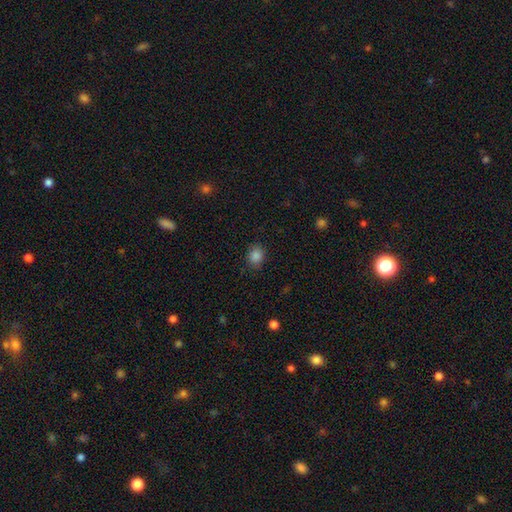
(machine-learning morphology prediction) Smooth or featured: smooth — 85% (star or artifact — 11%)
How rounded: round — 63% (in between — 36%)
Merging: none — 83% (minor disturbance — 12%)